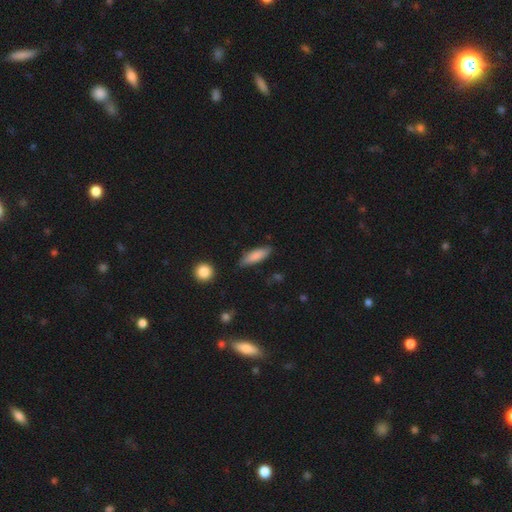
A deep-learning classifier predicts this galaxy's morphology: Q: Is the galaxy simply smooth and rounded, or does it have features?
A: smooth — 83%.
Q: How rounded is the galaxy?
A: in between — 52%.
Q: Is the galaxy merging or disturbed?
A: none — 81%.